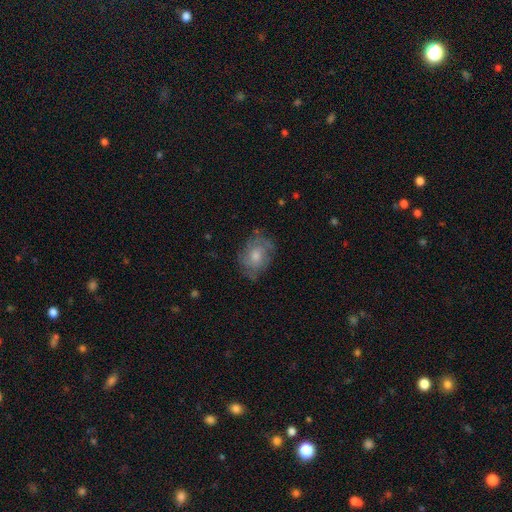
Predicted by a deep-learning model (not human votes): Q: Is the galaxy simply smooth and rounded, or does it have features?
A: featured or disk — 48%.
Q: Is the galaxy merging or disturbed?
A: none — 71%.